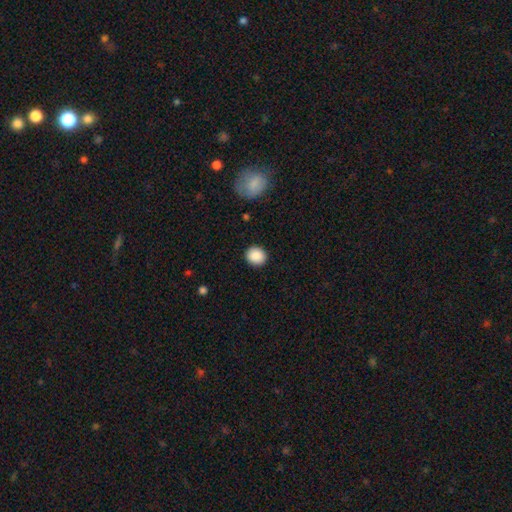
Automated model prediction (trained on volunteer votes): This appears to be a smooth galaxy with no disk features (89%) that is round (81%). Merging: none (90%).